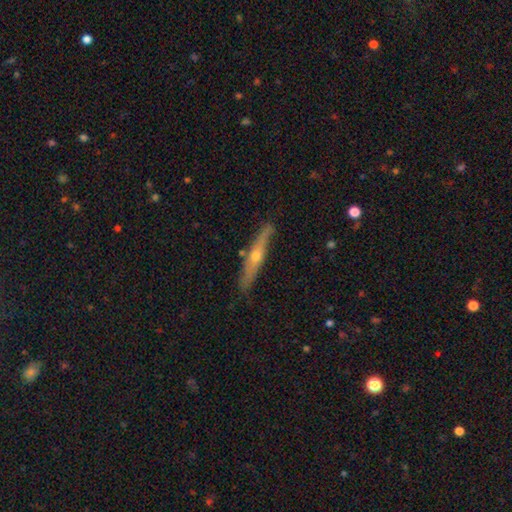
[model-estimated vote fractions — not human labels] A featured or disk galaxy (67%) viewed edge-on (93%) with a rounded central bulge (86%).

Vote fractions:
- Smooth or featured? featured or disk: 67% / smooth: 26% / star or artifact: 6%
- Edge-on disk? yes: 93% / no: 7%
- Edge-on bulge? rounded: 86% / none: 12% / boxy: 2%
- Merging? none: 84% / minor disturbance: 12% / major disturbance: 2% / merger: 2%